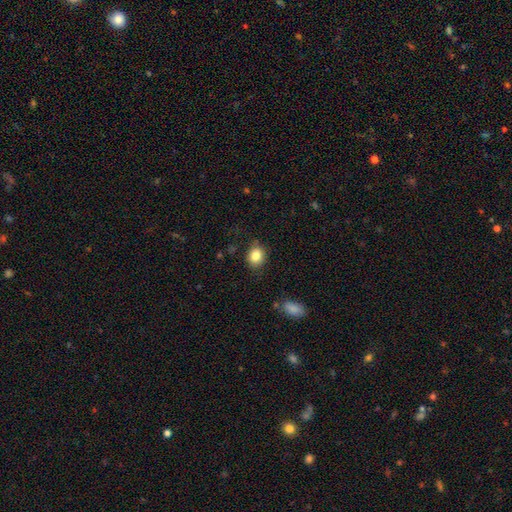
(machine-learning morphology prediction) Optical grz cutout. It shows a smooth galaxy with no disk features (84%) that is round (56%). Merging: none (80%).